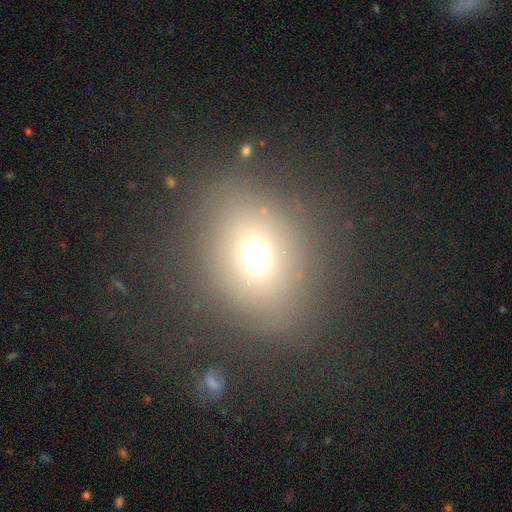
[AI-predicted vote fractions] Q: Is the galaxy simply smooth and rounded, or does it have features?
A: smooth — 67%.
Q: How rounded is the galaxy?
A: round — 60%.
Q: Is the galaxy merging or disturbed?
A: none — 77%.